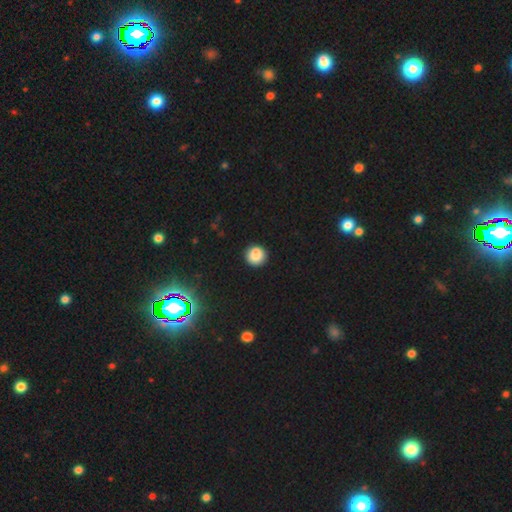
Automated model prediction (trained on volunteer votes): smooth-or-featured: smooth: 84% | star or artifact: 11% | featured or disk: 5%
  how-rounded: round: 92% | in between: 7% | cigar-shaped: 1%
  merging: none: 87% | minor disturbance: 8% | merger: 2% | major disturbance: 2%